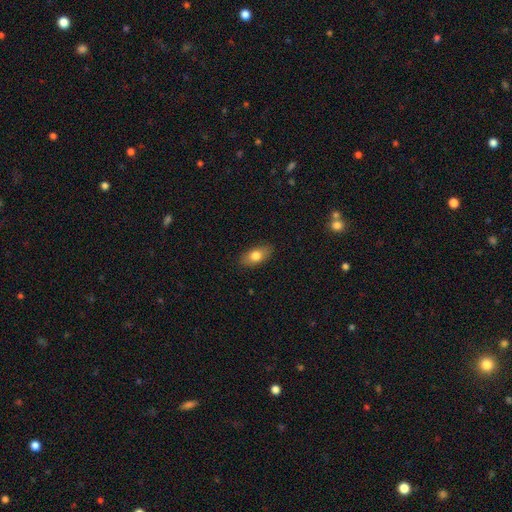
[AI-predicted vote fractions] A smooth galaxy with no disk features (78%) that is in between round and cigar-shaped (88%). Merging: none (87%).